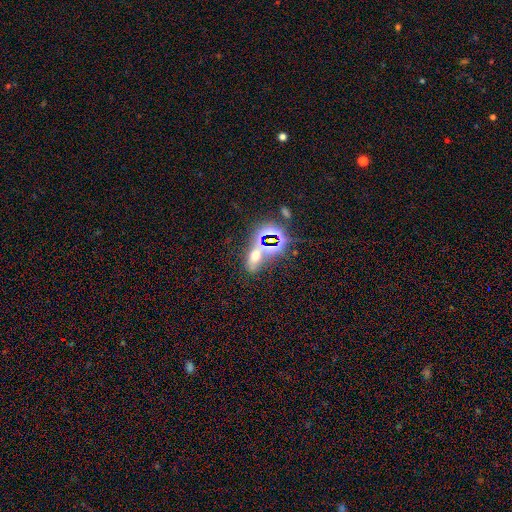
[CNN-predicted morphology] This is marginally a star or artifact rather than a galaxy (44%).